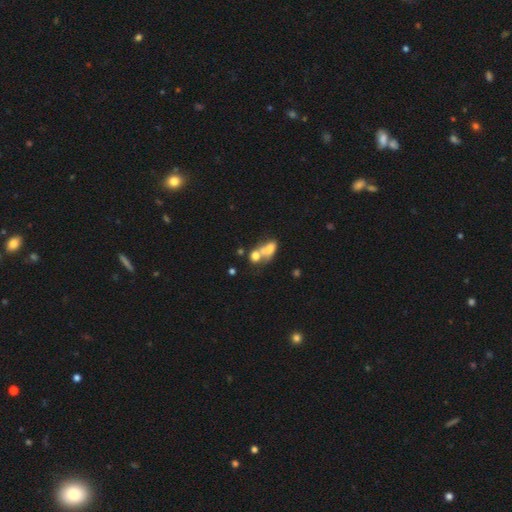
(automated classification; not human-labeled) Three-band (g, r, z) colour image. It shows a smooth galaxy with no disk features (66%) that is in between round and cigar-shaped (59%). Merging: merger (64%).